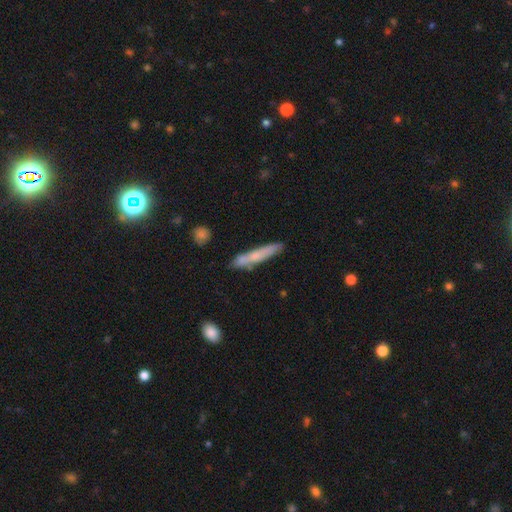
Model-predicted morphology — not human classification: A smooth galaxy with no disk features (60%) that is cigar-shaped (93%). Merging: none (75%).